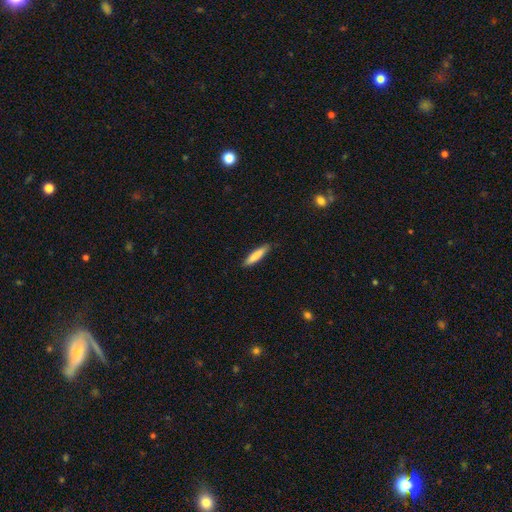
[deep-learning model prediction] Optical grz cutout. It shows a smooth galaxy with no disk features (83%) that is cigar-shaped (85%). Merging: none (87%).